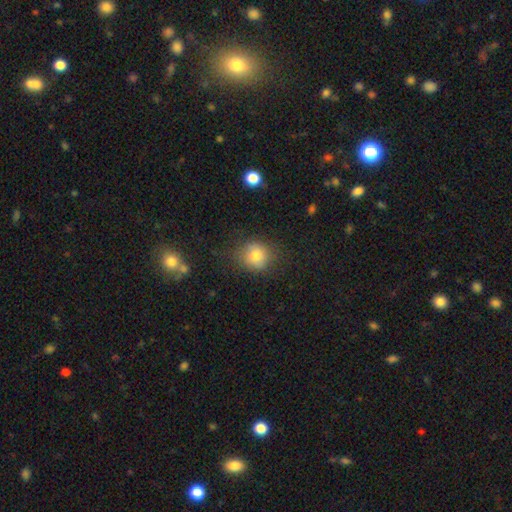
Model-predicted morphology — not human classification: This appears to be a smooth galaxy with no disk features (78%) that is round (83%). Merging: none (76%).